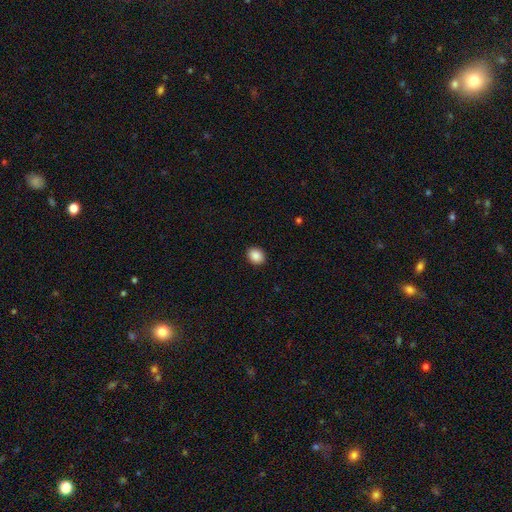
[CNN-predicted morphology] This is clearly a smooth galaxy (88%). How rounded: possibly round (58%). Merging: clearly none (92%).